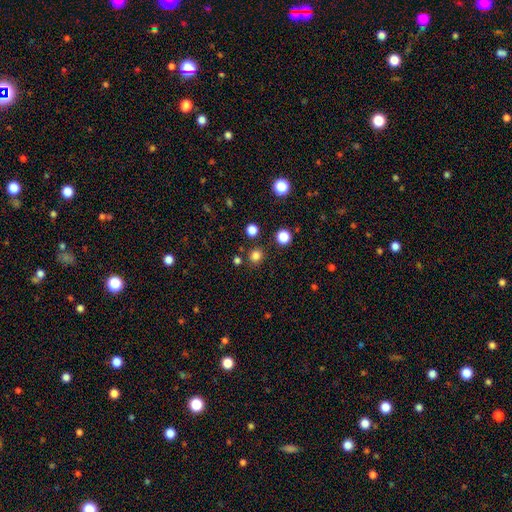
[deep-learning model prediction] The model was most divided on "smooth or featured": smooth: 80%, star or artifact: 16%, featured or disk: 4%. More confident: how rounded — round (88%); merging — none (86%).